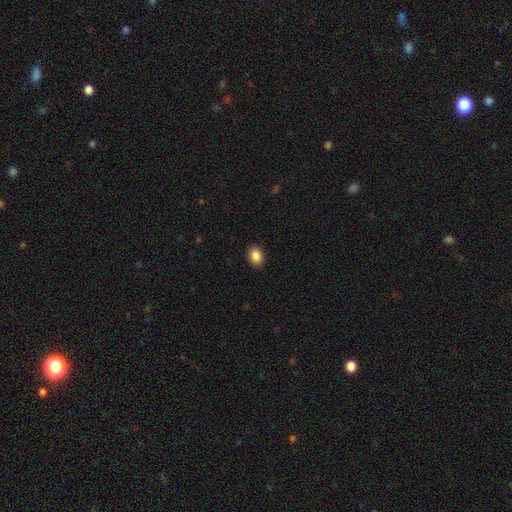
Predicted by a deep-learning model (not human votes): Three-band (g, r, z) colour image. It shows a smooth galaxy with no disk features (88%) that is in between round and cigar-shaped (78%). Merging: none (90%).